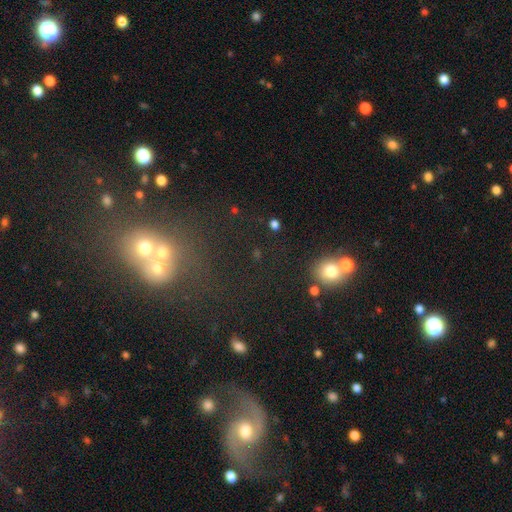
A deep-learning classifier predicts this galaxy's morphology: Smooth or featured: star or artifact — 38% (smooth — 35%)